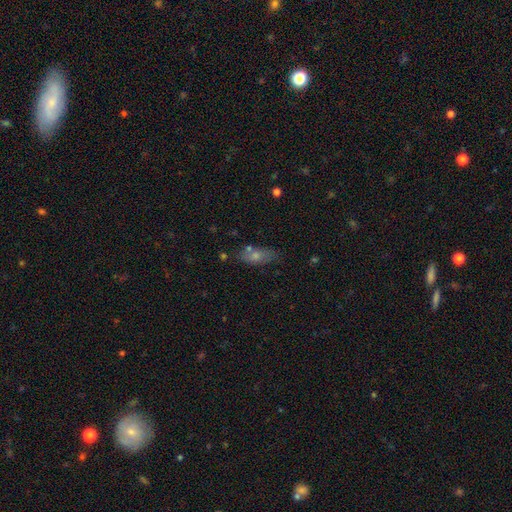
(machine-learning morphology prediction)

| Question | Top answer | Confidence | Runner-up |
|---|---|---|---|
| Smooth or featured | smooth | 56% | featured or disk (29%) |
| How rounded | in between | 64% | cigar-shaped (30%) |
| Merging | none | 72% | minor disturbance (16%) |